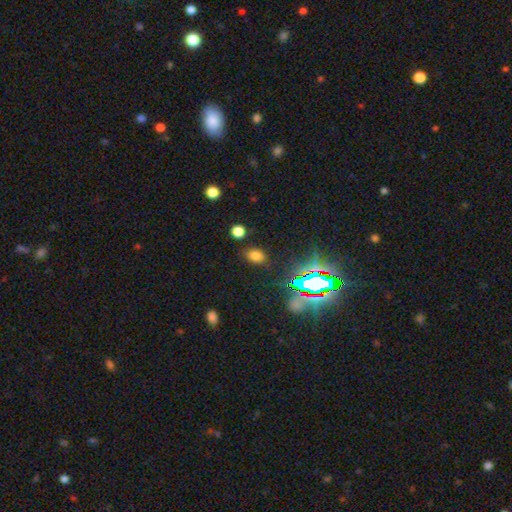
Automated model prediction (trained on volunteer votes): The model was most divided on "smooth or featured": smooth: 70%, star or artifact: 23%, featured or disk: 7%. More confident: merging — none (83%); how rounded — in between (75%).